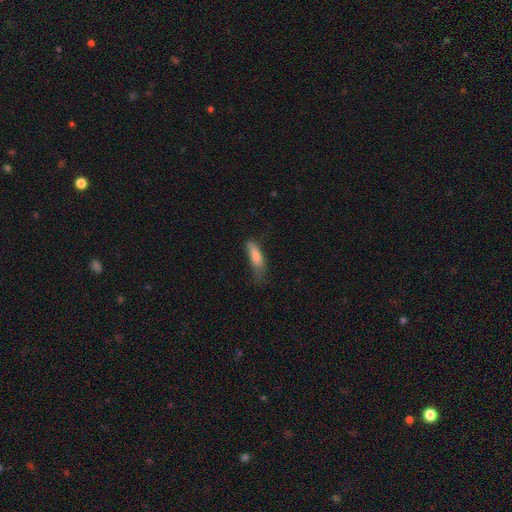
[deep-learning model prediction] Overall: smooth (73%). How rounded: cigar-shaped (56%; in between 42%). Merging: none (42%; minor disturbance 35%).